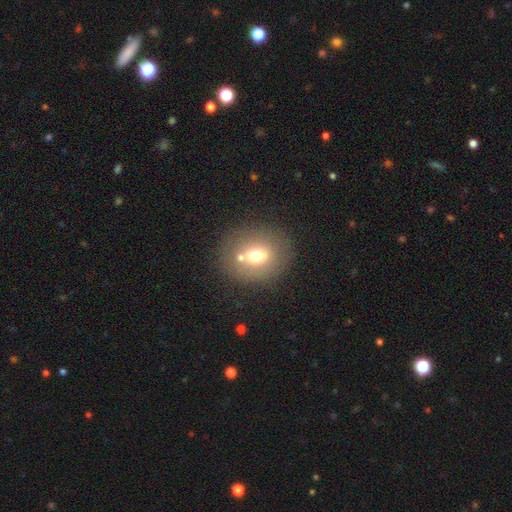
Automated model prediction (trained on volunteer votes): Smooth or featured?
  - smooth: 61% *
  - featured or disk: 26%
  - star or artifact: 13%
How rounded?
  - round: 65% *
  - in between: 34%
  - cigar-shaped: 1%
Merging?
  - none: 71% *
  - minor disturbance: 12%
  - merger: 12%
  - major disturbance: 5%